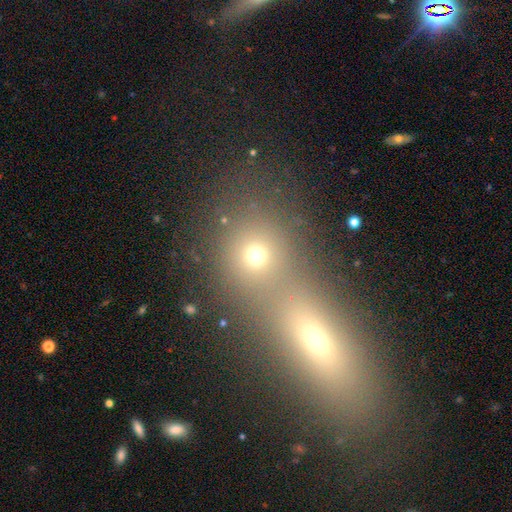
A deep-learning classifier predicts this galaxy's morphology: smooth 69%, star or artifact 21%, featured or disk 10%. Down the decision tree: how rounded — round (77%); merging — none (45%).